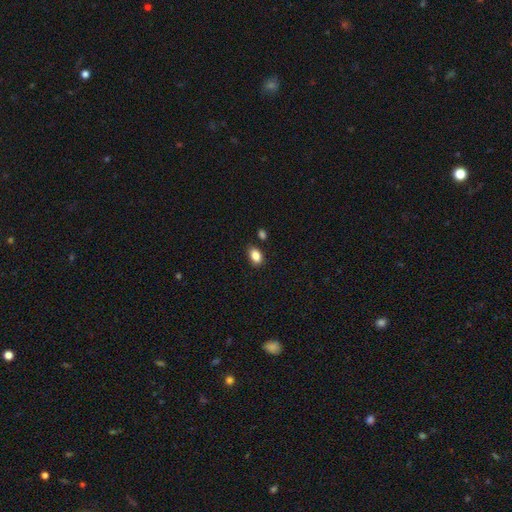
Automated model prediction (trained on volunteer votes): A smooth galaxy with no disk features (85%) that is in between round and cigar-shaped (85%). Merging: none (83%).